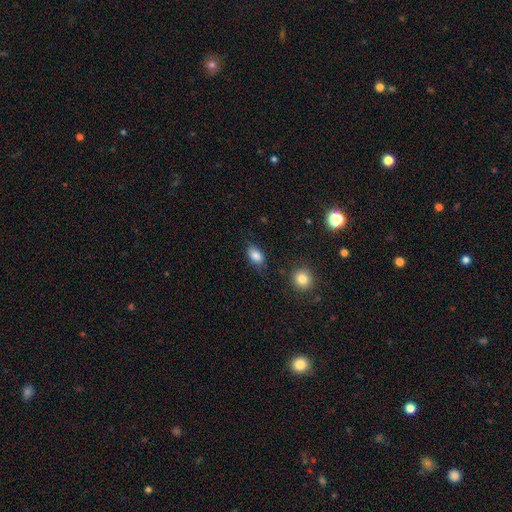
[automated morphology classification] Smooth or featured?
  - smooth: 85% *
  - star or artifact: 9%
  - featured or disk: 6%
How rounded?
  - in between: 88% *
  - round: 10%
  - cigar-shaped: 3%
Merging?
  - none: 77% *
  - minor disturbance: 17%
  - major disturbance: 4%
  - merger: 2%